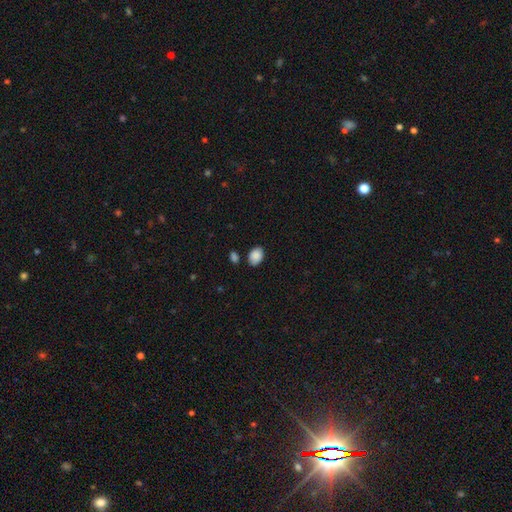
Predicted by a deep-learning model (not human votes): Q: Smooth or featured?
A: smooth (88%); runner-up: star or artifact (8%)
Q: How rounded?
A: in between (79%); runner-up: round (20%)
Q: Merging?
A: none (74%); runner-up: minor disturbance (17%)